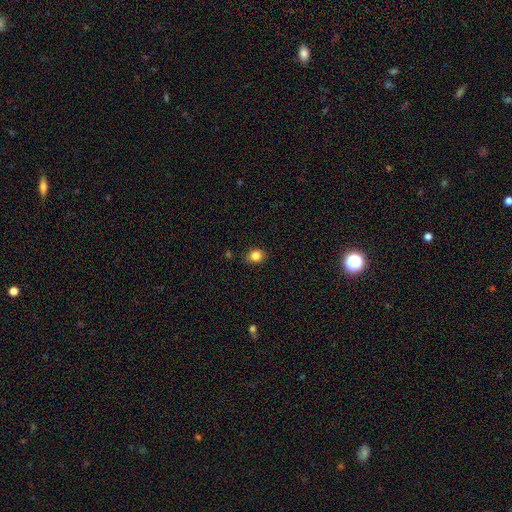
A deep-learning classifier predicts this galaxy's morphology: Smooth or featured? Predicted: smooth (p=0.84). How rounded? Predicted: round (p=0.57). Merging? Predicted: none (p=0.83).